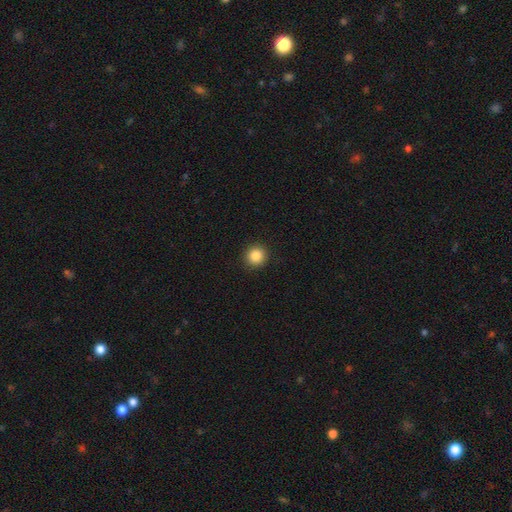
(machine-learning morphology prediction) This is clearly a smooth galaxy (86%). How rounded: clearly round (92%). Merging: clearly none (92%).